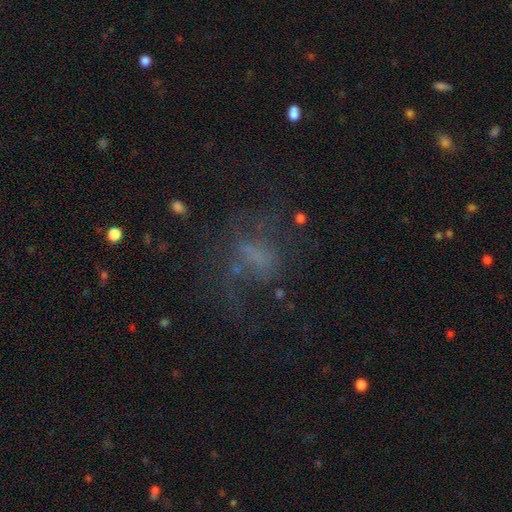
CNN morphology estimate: This appears to be a featured or disk galaxy (42%). Merging: none (44%).